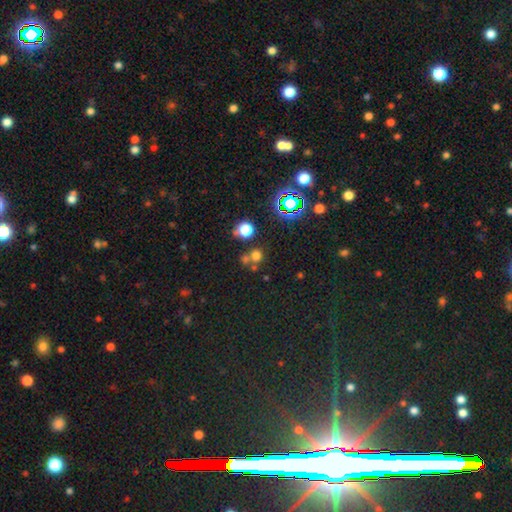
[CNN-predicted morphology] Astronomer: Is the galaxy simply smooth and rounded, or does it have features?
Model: smooth — 59%.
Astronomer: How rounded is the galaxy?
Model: round — 88%.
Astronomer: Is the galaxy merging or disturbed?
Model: none — 59%.